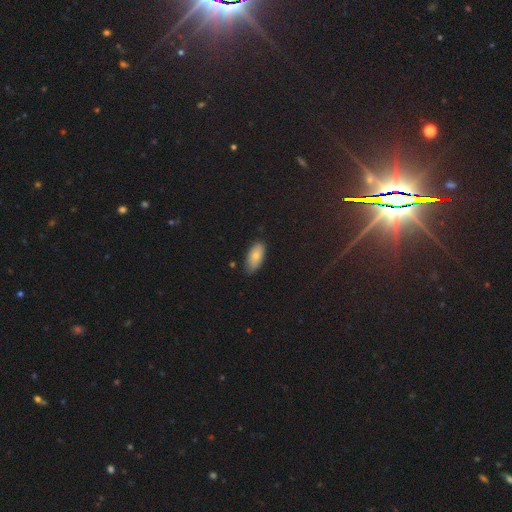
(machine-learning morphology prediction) Smooth or featured?
  - smooth: 79% *
  - featured or disk: 12%
  - star or artifact: 9%
How rounded?
  - in between: 90% *
  - cigar-shaped: 7%
  - round: 3%
Merging?
  - none: 77% *
  - minor disturbance: 19%
  - major disturbance: 3%
  - merger: 1%